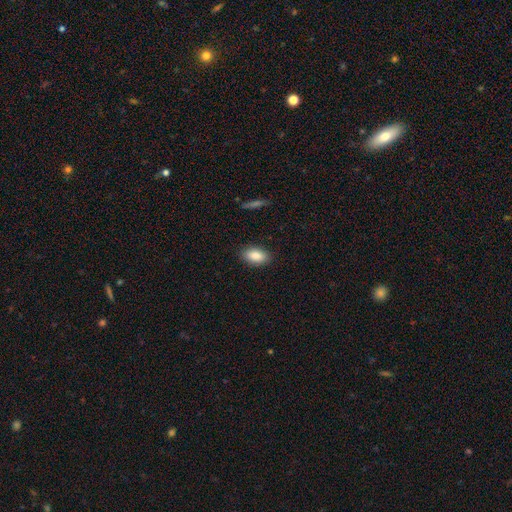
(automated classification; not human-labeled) smooth-or-featured: smooth: 88% | star or artifact: 7% | featured or disk: 5%
  how-rounded: in between: 92% | round: 5% | cigar-shaped: 3%
  merging: none: 88% | minor disturbance: 8% | major disturbance: 2% | merger: 1%